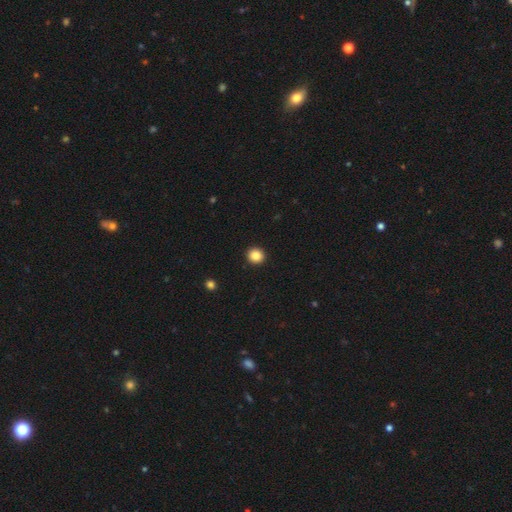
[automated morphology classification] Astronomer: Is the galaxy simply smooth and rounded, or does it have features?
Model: smooth — 86%.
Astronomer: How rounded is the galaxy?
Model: round — 92%.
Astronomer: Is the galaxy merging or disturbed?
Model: none — 93%.